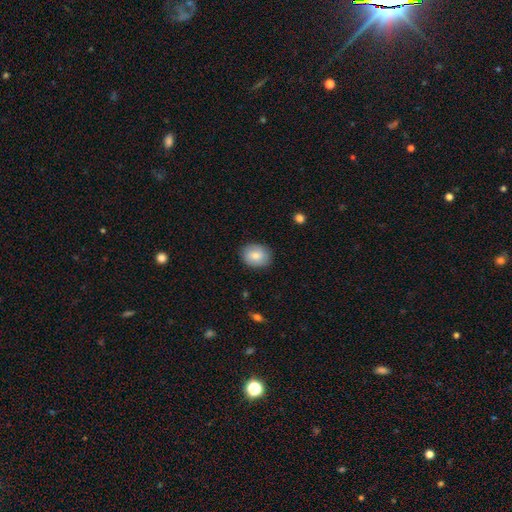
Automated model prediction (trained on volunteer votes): Q: Smooth or featured?
A: smooth (77%); runner-up: featured or disk (15%)
Q: How rounded?
A: round (50%); runner-up: in between (49%)
Q: Merging?
A: none (86%); runner-up: minor disturbance (11%)